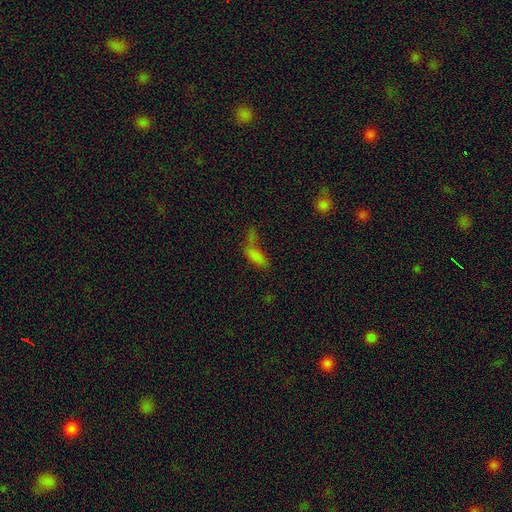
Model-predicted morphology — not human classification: type=smooth (68%); roundness=in between (69%); merging=merger (30%).